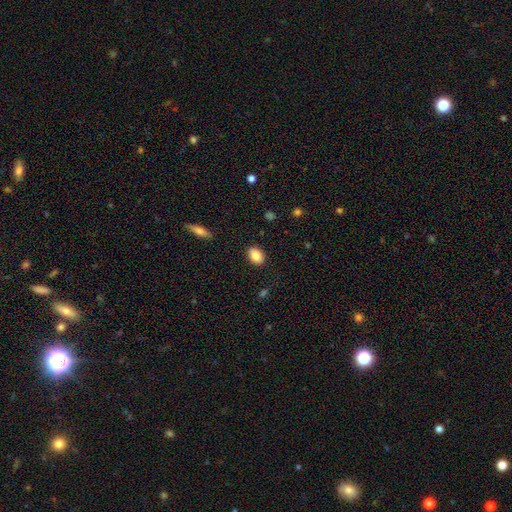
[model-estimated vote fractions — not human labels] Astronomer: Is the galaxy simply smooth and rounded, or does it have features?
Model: smooth — 85%.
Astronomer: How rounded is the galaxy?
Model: in between — 81%.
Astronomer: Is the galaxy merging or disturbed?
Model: none — 88%.